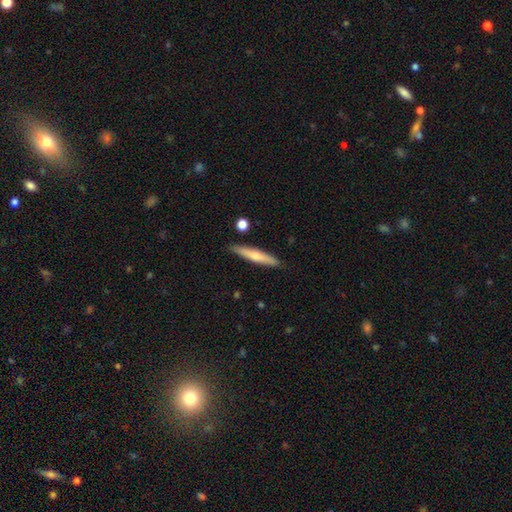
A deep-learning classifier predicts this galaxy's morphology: Overall: smooth (56%; featured or disk 39%). How rounded: cigar-shaped (91%). Merging: none (88%).